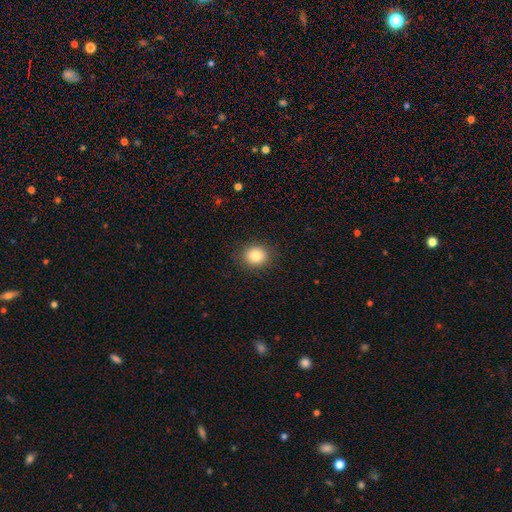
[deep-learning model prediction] Q: Smooth or featured?
A: smooth (84%); runner-up: star or artifact (10%)
Q: How rounded?
A: round (74%); runner-up: in between (25%)
Q: Merging?
A: none (89%); runner-up: minor disturbance (8%)